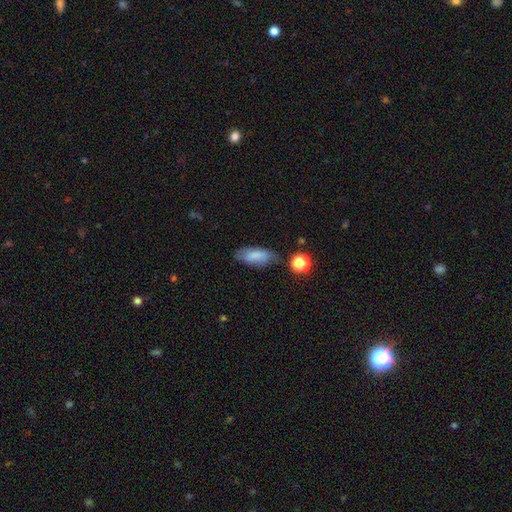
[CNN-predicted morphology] smooth 76%, featured or disk 16%, star or artifact 9%. Down the decision tree: how rounded — in between (83%); merging — none (66%).